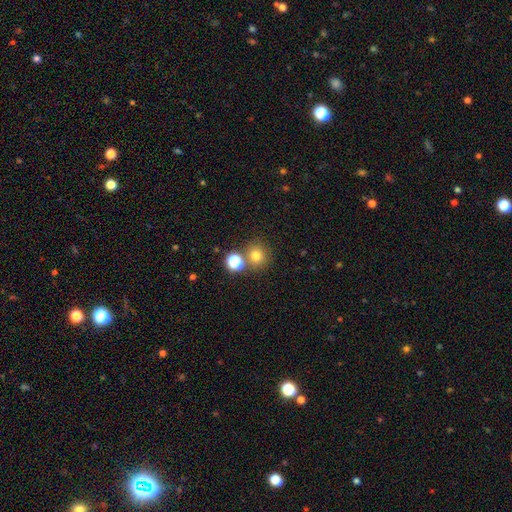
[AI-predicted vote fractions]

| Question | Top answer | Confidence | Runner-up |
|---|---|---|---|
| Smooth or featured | smooth | 76% | star or artifact (17%) |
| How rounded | round | 90% | in between (9%) |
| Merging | none | 72% | merger (17%) |